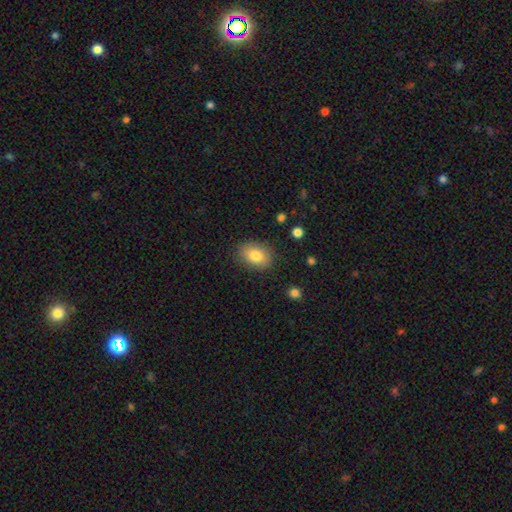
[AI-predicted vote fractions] smooth 81%, featured or disk 11%, star or artifact 8%. Down the decision tree: how rounded — in between (72%); merging — none (84%).